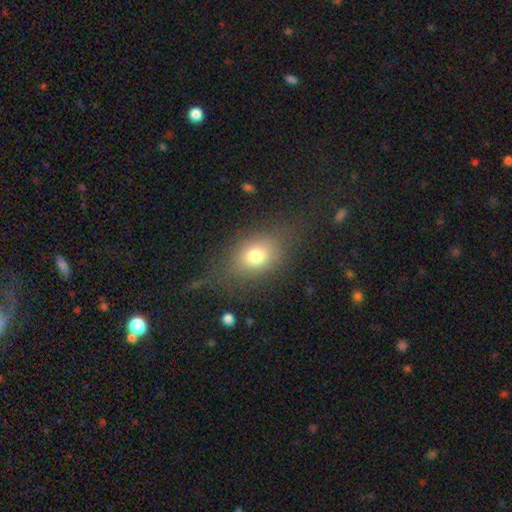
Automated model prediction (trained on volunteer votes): smooth_or_featured: smooth (p=0.74) [alt: featured or disk p=0.14]
how_rounded: in between (p=0.62) [alt: round p=0.36]
merging: none (p=0.68) [alt: minor disturbance p=0.16]